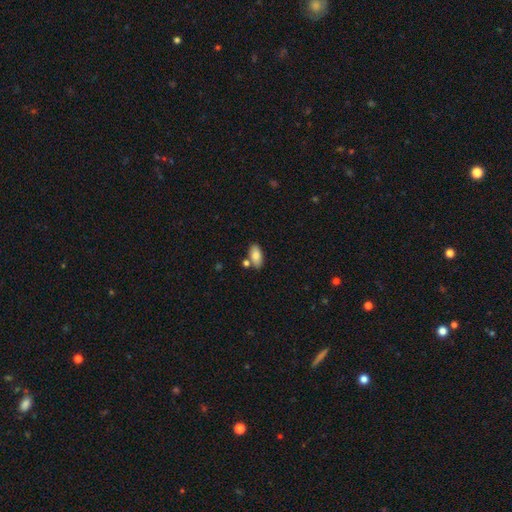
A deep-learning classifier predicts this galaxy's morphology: Q: Smooth or featured?
A: smooth (84%); runner-up: featured or disk (10%)
Q: How rounded?
A: in between (91%); runner-up: cigar-shaped (6%)
Q: Merging?
A: none (74%); runner-up: minor disturbance (12%)